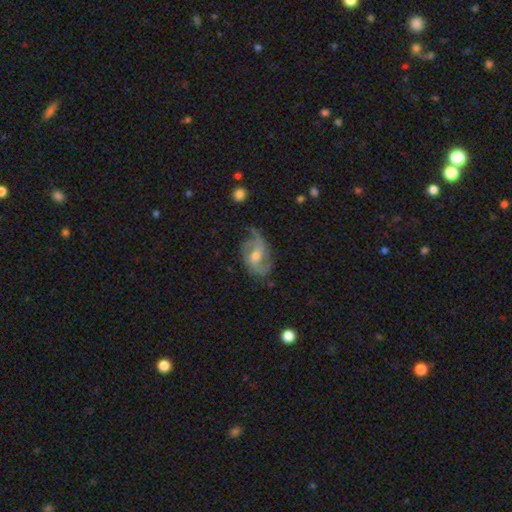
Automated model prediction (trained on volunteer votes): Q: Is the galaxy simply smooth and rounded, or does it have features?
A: featured or disk — 81%.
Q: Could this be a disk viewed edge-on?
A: no — 97%.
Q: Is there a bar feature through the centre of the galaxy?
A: weak — 49%.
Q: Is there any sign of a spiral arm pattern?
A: yes — 93%.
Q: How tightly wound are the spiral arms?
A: medium — 43%.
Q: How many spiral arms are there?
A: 2 — 59%.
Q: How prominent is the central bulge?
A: moderate — 63%.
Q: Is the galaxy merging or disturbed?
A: none — 57%.